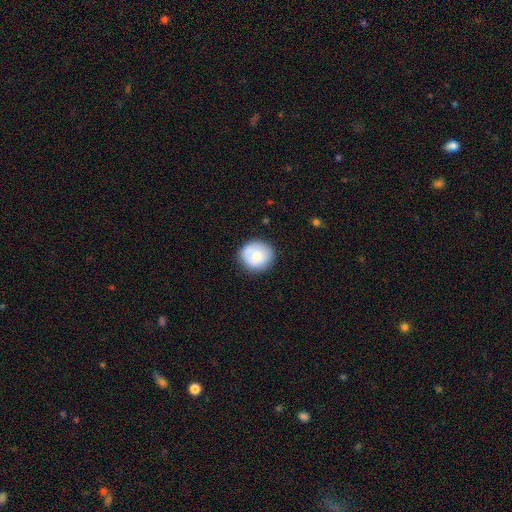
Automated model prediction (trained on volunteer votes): smooth-or-featured: smooth: 69% | featured or disk: 23% | star or artifact: 7%
  how-rounded: round: 86% | in between: 13% | cigar-shaped: 1%
  merging: none: 80% | minor disturbance: 14% | major disturbance: 4% | merger: 2%